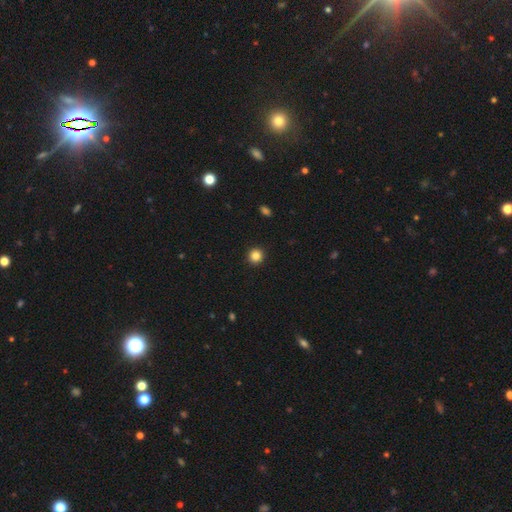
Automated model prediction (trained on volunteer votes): Smooth or featured?
  - smooth: 85% *
  - star or artifact: 11%
  - featured or disk: 4%
How rounded?
  - round: 95% *
  - in between: 4%
  - cigar-shaped: 1%
Merging?
  - none: 93% *
  - minor disturbance: 4%
  - major disturbance: 2%
  - merger: 1%